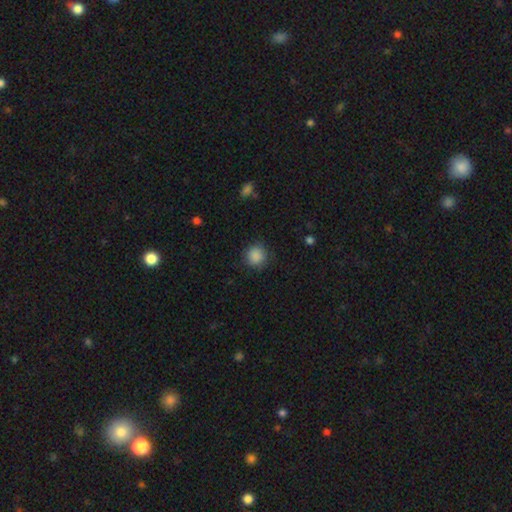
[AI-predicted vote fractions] A smooth galaxy with no disk features (88%) that is round (91%).

Vote fractions:
- Smooth or featured? smooth: 88% / star or artifact: 9% / featured or disk: 4%
- How rounded? round: 91% / in between: 8% / cigar-shaped: 1%
- Merging? none: 84% / minor disturbance: 11% / major disturbance: 3% / merger: 1%